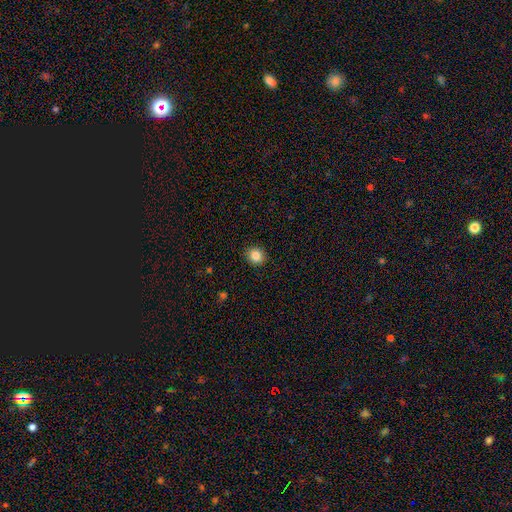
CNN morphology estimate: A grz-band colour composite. It shows a smooth galaxy with no disk features (85%) that is round (81%). Merging: none (91%).